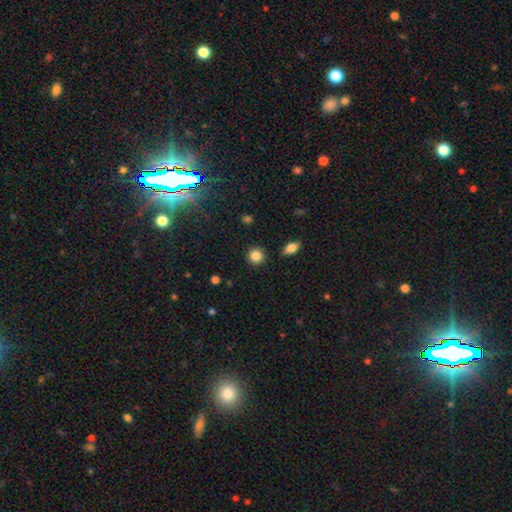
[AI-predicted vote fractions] The model was most divided on "smooth or featured": smooth: 86%, star or artifact: 10%, featured or disk: 4%. More confident: how rounded — round (90%); merging — none (89%).